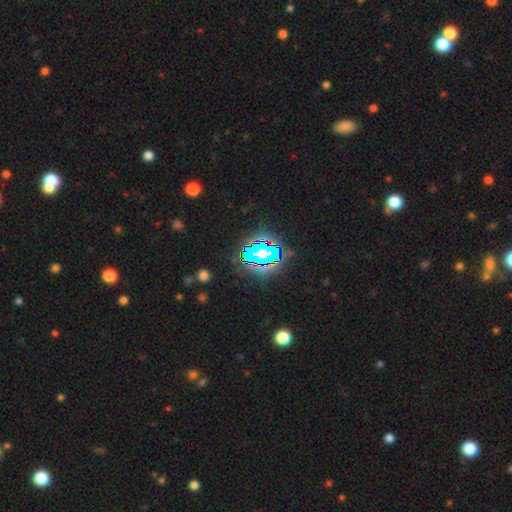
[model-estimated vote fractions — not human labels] smooth_or_featured: star or artifact (p=0.81) [alt: smooth p=0.11]